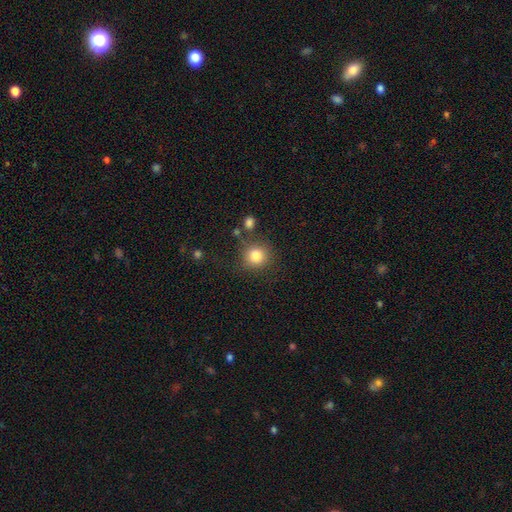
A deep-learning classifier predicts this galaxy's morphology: Smooth or featured: smooth — 83% (star or artifact — 11%)
How rounded: round — 90% (in between — 9%)
Merging: none — 77% (minor disturbance — 12%)